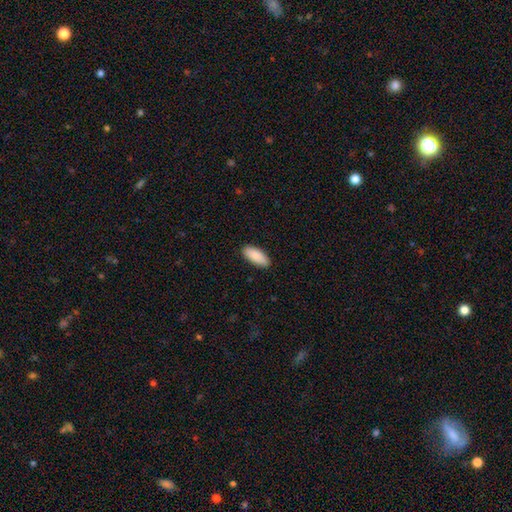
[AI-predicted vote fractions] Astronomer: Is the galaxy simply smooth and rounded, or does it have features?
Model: smooth — 90%.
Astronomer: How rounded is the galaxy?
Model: in between — 87%.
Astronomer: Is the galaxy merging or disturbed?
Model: none — 90%.